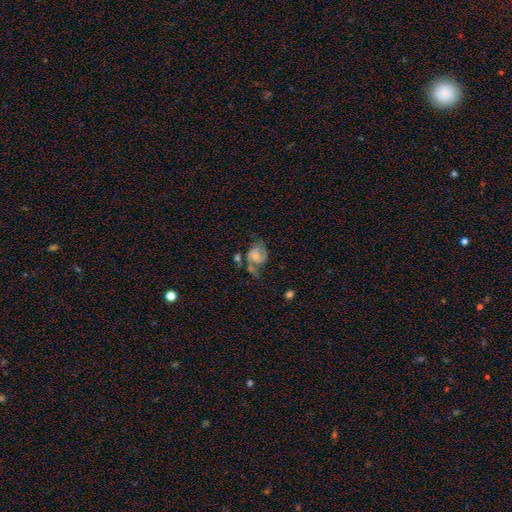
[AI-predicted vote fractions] Smooth or featured?
  - featured or disk: 70% *
  - smooth: 22%
  - star or artifact: 8%
Edge-on disk?
  - no: 98% *
  - yes: 2%
Bar?
  - no: 68% *
  - weak: 27%
  - strong: 5%
Spiral arms?
  - yes: 89% *
  - no: 11%
Spiral winding?
  - medium: 45% *
  - loose: 33%
  - tight: 21%
Spiral arm count?
  - 2: 81% *
  - can't tell: 7%
  - 1: 7%
  - 3: 3%
  - 4: 1%
  - more than 4: 1%
Bulge size?
  - small: 40% *
  - moderate: 28%
  - none: 22%
  - large: 7%
  - dominant: 2%
Merging?
  - none: 37% *
  - major disturbance: 26%
  - minor disturbance: 24%
  - merger: 12%